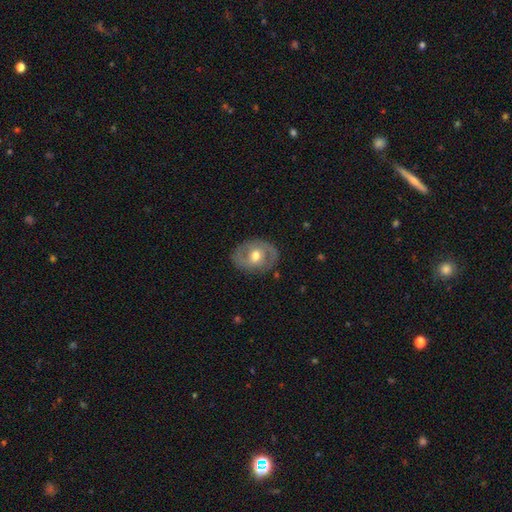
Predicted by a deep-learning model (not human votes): A featured or disk galaxy (64%) with no bar (51%), spiral arms (63%) and a moderate central bulge (76%).

Vote fractions:
- Smooth or featured? featured or disk: 64% / smooth: 30% / star or artifact: 6%
- Edge-on disk? no: 95% / yes: 5%
- Bar? no: 51% / weak: 38% / strong: 12%
- Spiral arms? yes: 63% / no: 37%
- Bulge size? moderate: 76% / small: 13% / large: 8% / none: 1% / dominant: 1%
- Merging? none: 79% / minor disturbance: 14% / major disturbance: 5% / merger: 1%